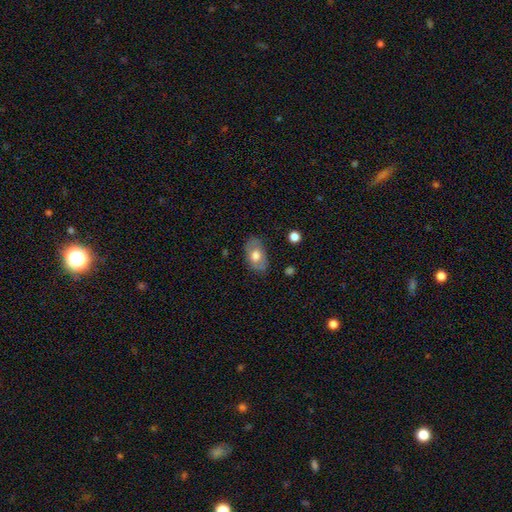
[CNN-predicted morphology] Q: Smooth or featured?
A: smooth (63%); runner-up: featured or disk (31%)
Q: How rounded?
A: in between (90%); runner-up: round (8%)
Q: Merging?
A: none (76%); runner-up: minor disturbance (18%)